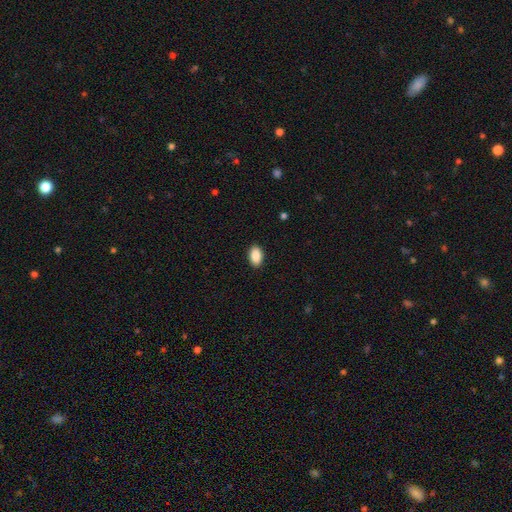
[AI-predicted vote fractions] Overall: smooth (90%). How rounded: in between (93%). Merging: none (90%).